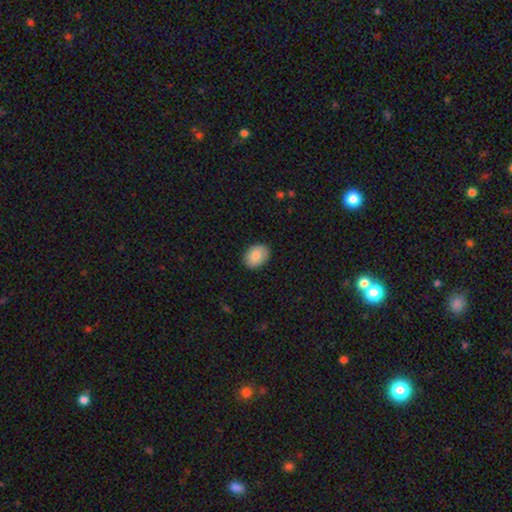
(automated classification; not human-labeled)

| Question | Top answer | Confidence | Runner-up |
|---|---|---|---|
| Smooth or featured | smooth | 82% | featured or disk (11%) |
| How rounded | in between | 60% | round (39%) |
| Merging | none | 88% | minor disturbance (9%) |